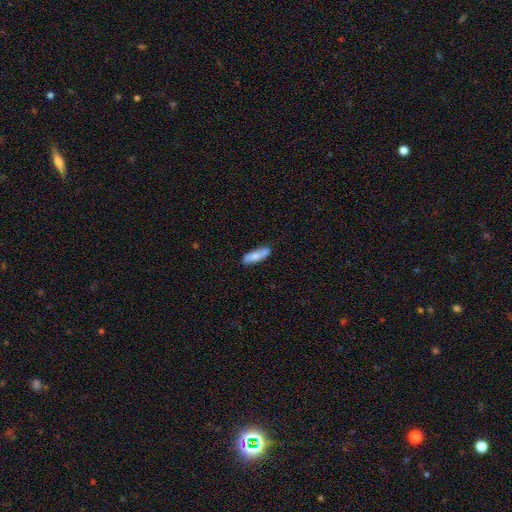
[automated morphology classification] type=smooth (72%); roundness=cigar-shaped (55%); merging=none (78%).